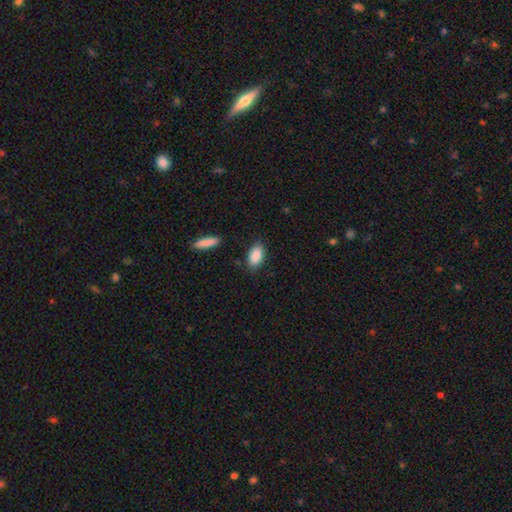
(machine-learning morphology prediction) Smooth or featured? Predicted: smooth (p=0.88). How rounded? Predicted: in between (p=0.92). Merging? Predicted: none (p=0.83).